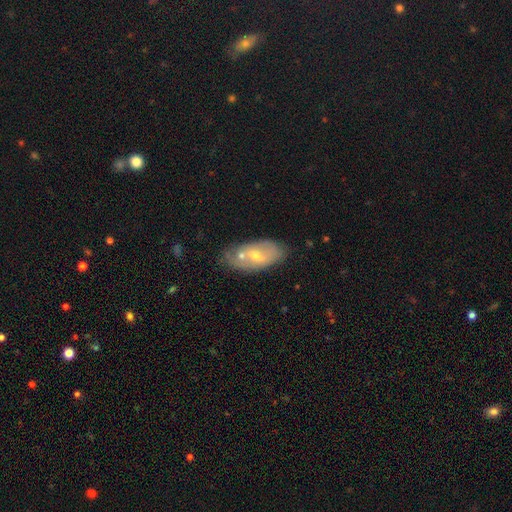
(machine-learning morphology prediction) This is possibly a featured or disk galaxy (49%). Merging: possibly none (59%).